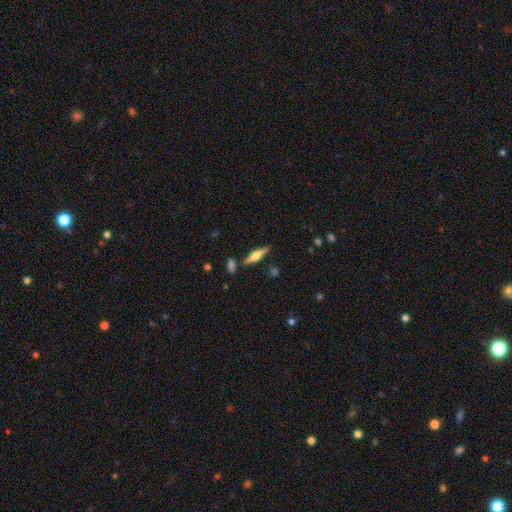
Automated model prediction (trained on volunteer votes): This is possibly a featured or disk galaxy (53%). It is clearly viewed edge-on (95%). Edge-on bulge: clearly rounded (89%). Merging: clearly none (81%).